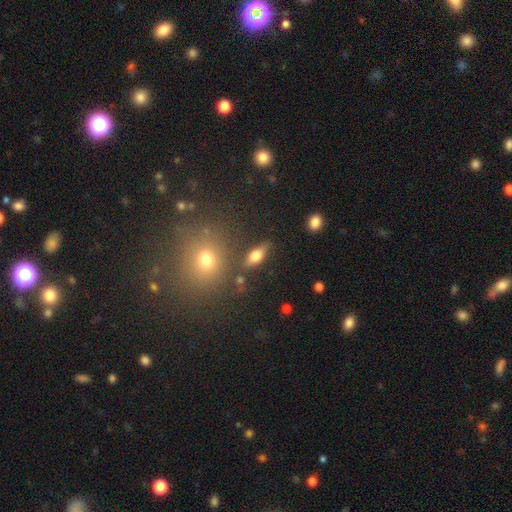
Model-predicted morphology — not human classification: type=smooth (61%); roundness=in between (74%); merging=none (78%).